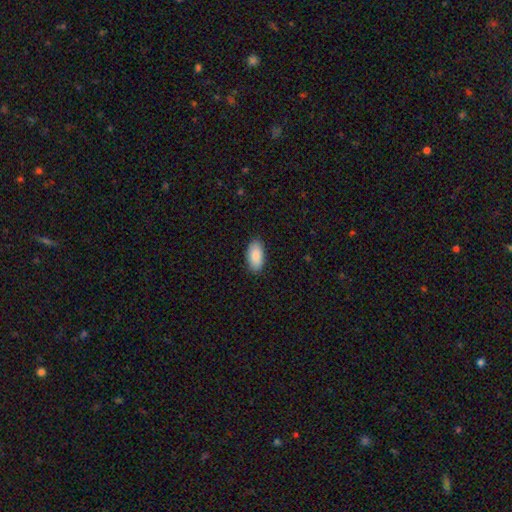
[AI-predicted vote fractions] smooth-or-featured: smooth: 89% | star or artifact: 6% | featured or disk: 5%
  how-rounded: in between: 94% | cigar-shaped: 4% | round: 2%
  merging: none: 87% | minor disturbance: 10% | major disturbance: 2% | merger: 1%